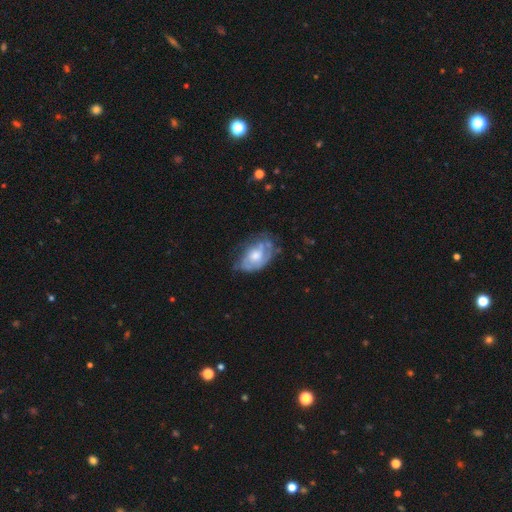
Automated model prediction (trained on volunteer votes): Smooth or featured?
  - featured or disk: 65% *
  - smooth: 29%
  - star or artifact: 6%
Edge-on disk?
  - no: 96% *
  - yes: 4%
Bar?
  - no: 79% *
  - weak: 18%
  - strong: 3%
Spiral arms?
  - yes: 68% *
  - no: 32%
Bulge size?
  - moderate: 58% *
  - small: 22%
  - large: 15%
  - none: 4%
  - dominant: 1%
Merging?
  - none: 50% *
  - minor disturbance: 30%
  - major disturbance: 17%
  - merger: 2%